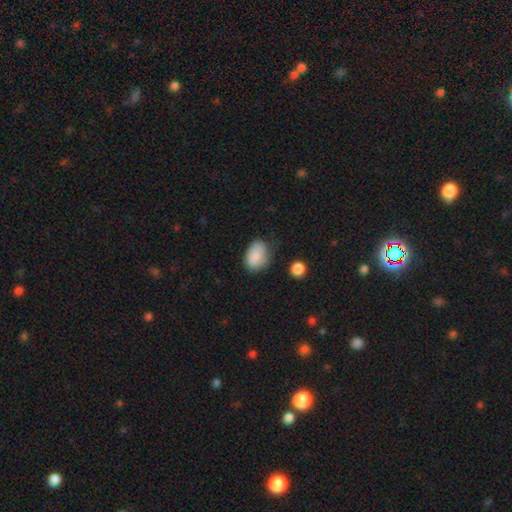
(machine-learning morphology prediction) Smooth or featured: smooth — 85% (featured or disk — 8%)
How rounded: in between — 84% (round — 15%)
Merging: none — 53% (minor disturbance — 34%)